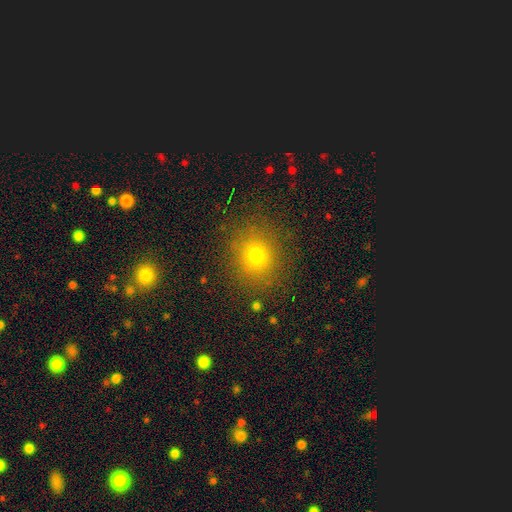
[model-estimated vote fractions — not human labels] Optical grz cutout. It shows a smooth galaxy with no disk features (73%) that is round (78%). Merging: none (87%).